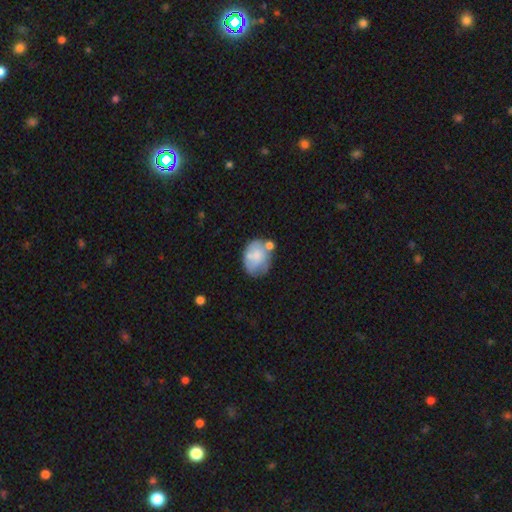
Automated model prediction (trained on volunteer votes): smooth 63%, featured or disk 29%, star or artifact 8%. Down the decision tree: how rounded — in between (67%); merging — none (44%).